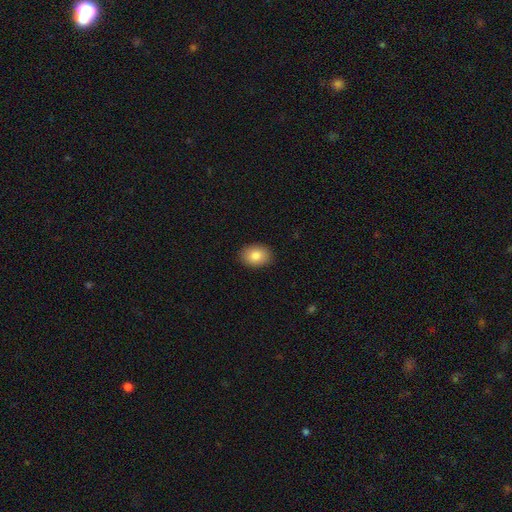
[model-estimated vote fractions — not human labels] Morphology: type=smooth (84%); roundness=in between (70%); merging=none (89%).